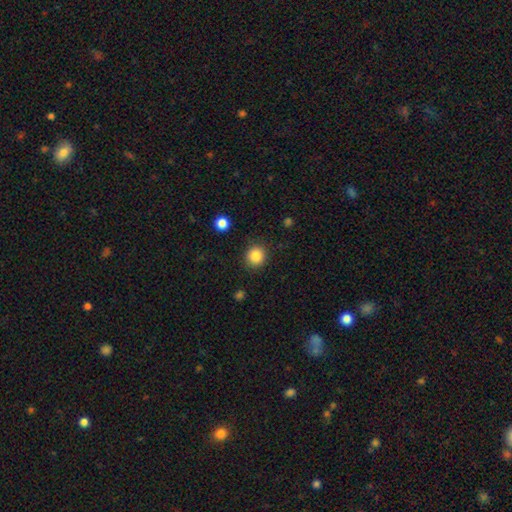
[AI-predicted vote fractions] This appears to be a smooth galaxy with no disk features (87%) that is round (90%). Merging: none (88%).